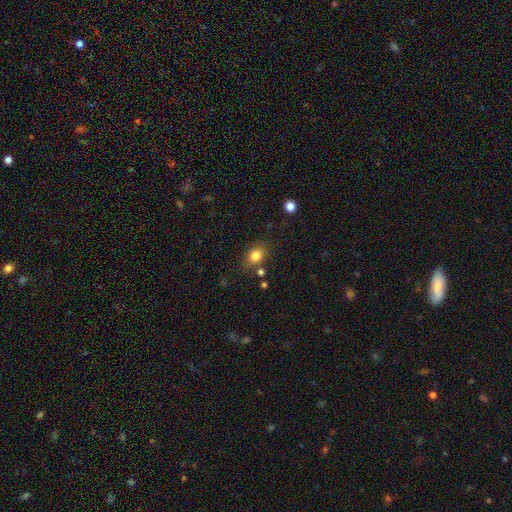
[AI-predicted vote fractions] Overall: smooth (82%). How rounded: in between (58%; round 41%). Merging: none (76%).